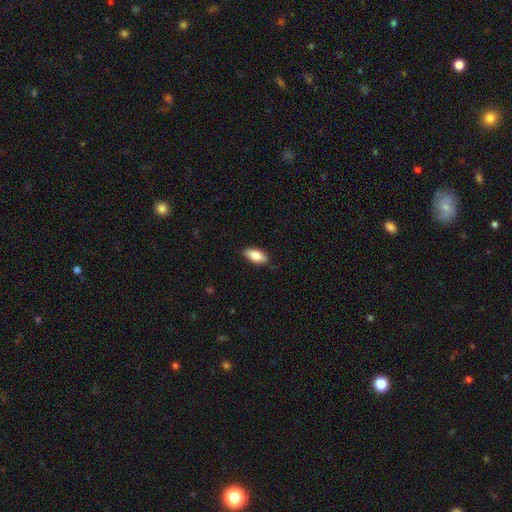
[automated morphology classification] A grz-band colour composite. It shows a smooth galaxy with no disk features (80%) that is in between round and cigar-shaped (84%). Merging: none (85%).